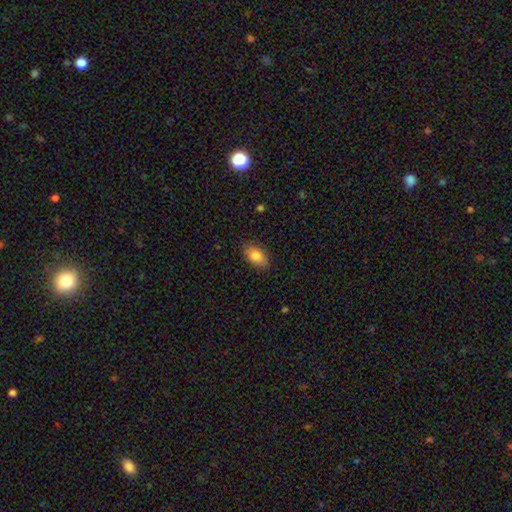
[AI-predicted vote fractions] Smooth or featured? smooth (82%)
How rounded? in between (91%)
Merging? none (86%)